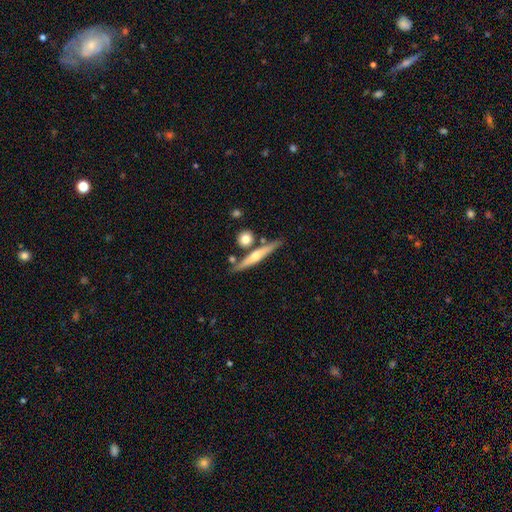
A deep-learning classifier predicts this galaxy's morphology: A featured or disk galaxy (56%) viewed edge-on (94%) with a rounded central bulge (83%).

Vote fractions:
- Smooth or featured? featured or disk: 56% / smooth: 38% / star or artifact: 6%
- Edge-on disk? yes: 94% / no: 6%
- Edge-on bulge? rounded: 83% / none: 13% / boxy: 4%
- Merging? none: 75% / merger: 12% / minor disturbance: 10% / major disturbance: 3%